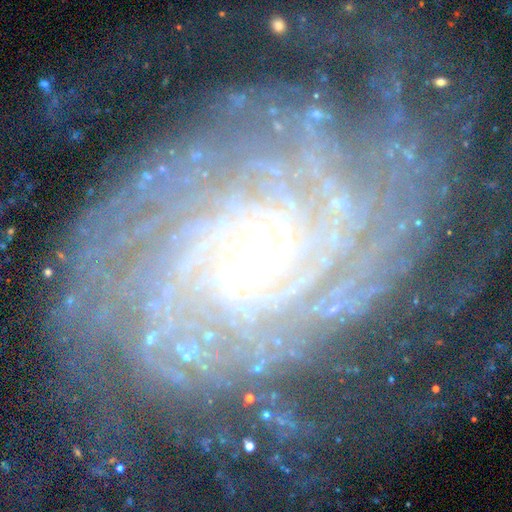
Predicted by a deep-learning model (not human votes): A featured or disk galaxy (88%) with no bar (55%), more than 4 (29%) tight (74%) spiral arms (97%) and a small central bulge (78%).

Vote fractions:
- Smooth or featured? featured or disk: 88% / star or artifact: 7% / smooth: 5%
- Edge-on disk? no: 97% / yes: 3%
- Bar? no: 55% / weak: 33% / strong: 12%
- Spiral arms? yes: 97% / no: 3%
- Spiral winding? tight: 74% / medium: 20% / loose: 6%
- Spiral arm count? more than 4: 29% / can't tell: 26% / 4: 16% / 2: 11% / 3: 11% / 1: 9%
- Bulge size? small: 78% / moderate: 17% / none: 2% / large: 1% / dominant: 1%
- Merging? none: 72% / minor disturbance: 17% / major disturbance: 9% / merger: 2%